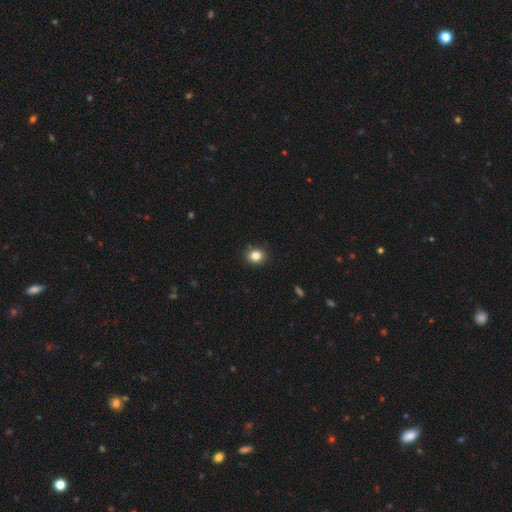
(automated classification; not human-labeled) Smooth or featured? smooth (83%)
How rounded? round (68%)
Merging? none (89%)